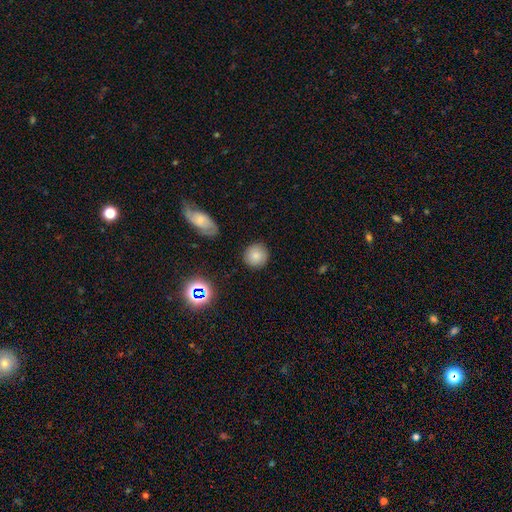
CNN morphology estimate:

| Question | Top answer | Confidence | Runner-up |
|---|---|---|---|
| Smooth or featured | smooth | 80% | star or artifact (11%) |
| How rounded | round | 91% | in between (8%) |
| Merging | none | 87% | minor disturbance (9%) |